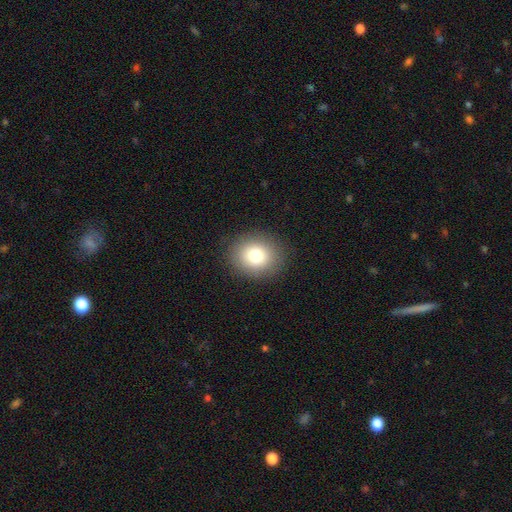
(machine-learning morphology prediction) The model was most divided on "how rounded": round: 72%, in between: 27%, cigar-shaped: 1%. More confident: merging — none (89%); smooth or featured — smooth (78%).